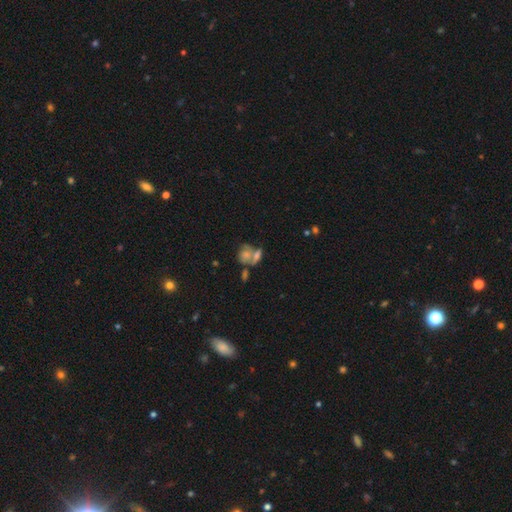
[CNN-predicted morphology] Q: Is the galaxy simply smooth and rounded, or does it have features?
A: smooth — 52%.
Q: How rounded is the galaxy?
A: round — 50%.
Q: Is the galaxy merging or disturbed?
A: merger — 49%.